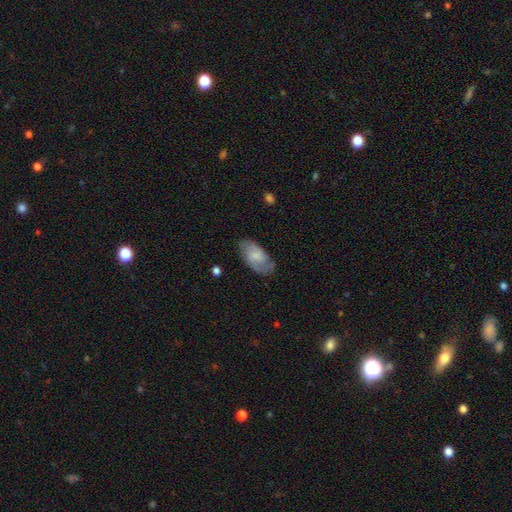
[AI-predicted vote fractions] Smooth or featured?
  - featured or disk: 48% *
  - smooth: 45%
  - star or artifact: 7%
Merging?
  - none: 73% *
  - minor disturbance: 20%
  - major disturbance: 6%
  - merger: 1%